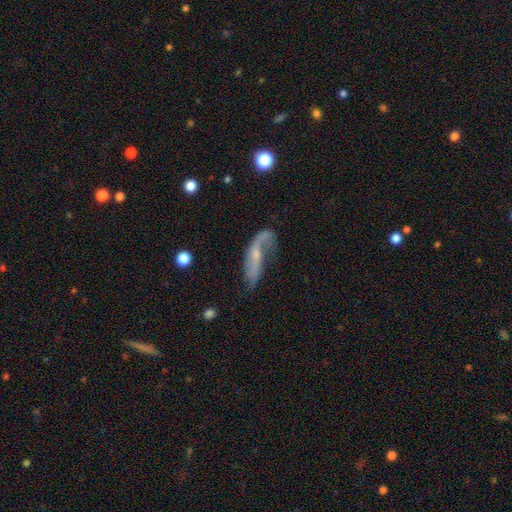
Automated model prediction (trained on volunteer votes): Smooth or featured? Predicted: featured or disk (p=0.67). Edge-on disk? Predicted: no (p=0.82). Bar? Predicted: no (p=0.59). Spiral arms? Predicted: yes (p=0.78). Bulge size? Predicted: small (p=0.63). Merging? Predicted: none (p=0.35).